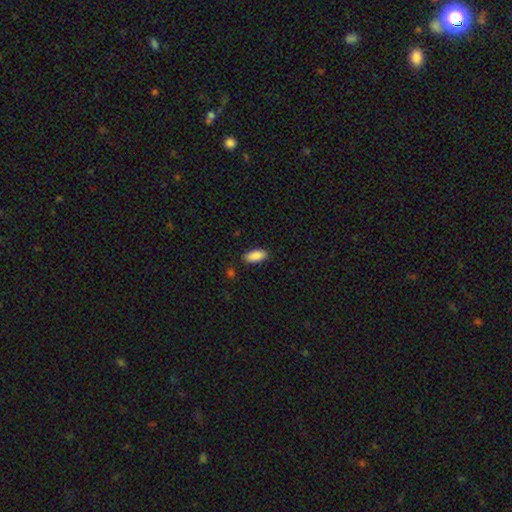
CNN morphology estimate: Smooth or featured? Predicted: smooth (p=0.90). How rounded? Predicted: in between (p=0.89). Merging? Predicted: none (p=0.86).